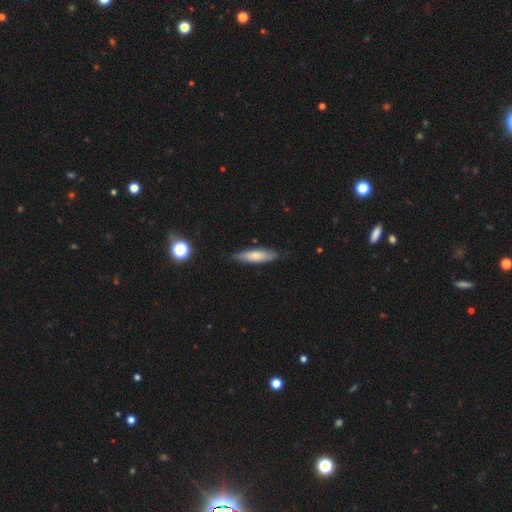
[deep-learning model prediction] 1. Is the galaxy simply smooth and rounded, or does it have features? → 70% smooth, 24% featured or disk, 6% star or artifact.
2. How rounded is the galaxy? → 69% cigar-shaped, 30% in between, 2% round.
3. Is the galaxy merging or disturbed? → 81% none, 16% minor disturbance, 2% major disturbance, 1% merger.